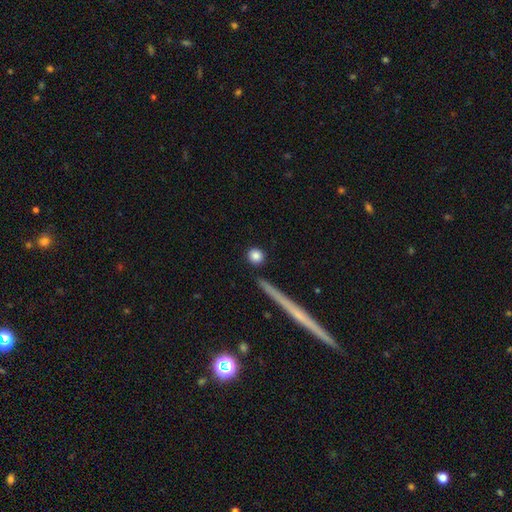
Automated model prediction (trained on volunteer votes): smooth_or_featured: smooth (p=0.85) [alt: star or artifact p=0.08]
how_rounded: round (p=0.91) [alt: in between p=0.06]
merging: none (p=0.88) [alt: minor disturbance p=0.06]